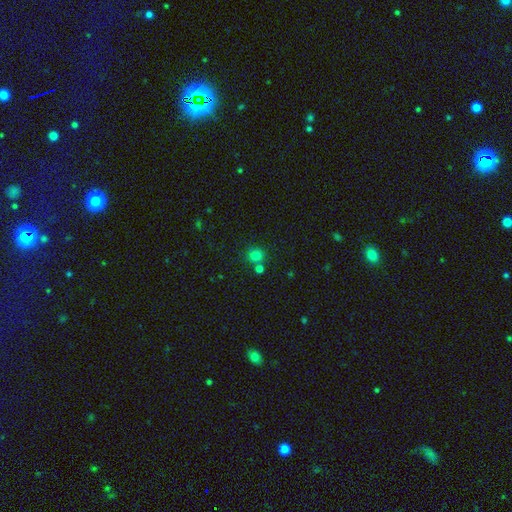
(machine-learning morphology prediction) Q: Smooth or featured?
A: smooth (79%); runner-up: star or artifact (16%)
Q: How rounded?
A: round (89%); runner-up: in between (10%)
Q: Merging?
A: none (70%); runner-up: merger (19%)